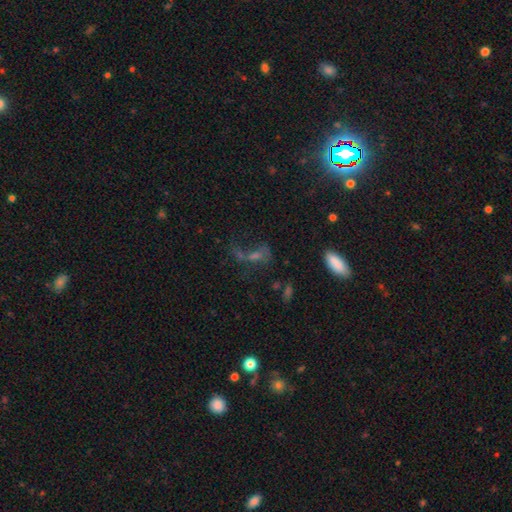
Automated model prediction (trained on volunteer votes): Overall: star or artifact (34%, tied with featured or disk).